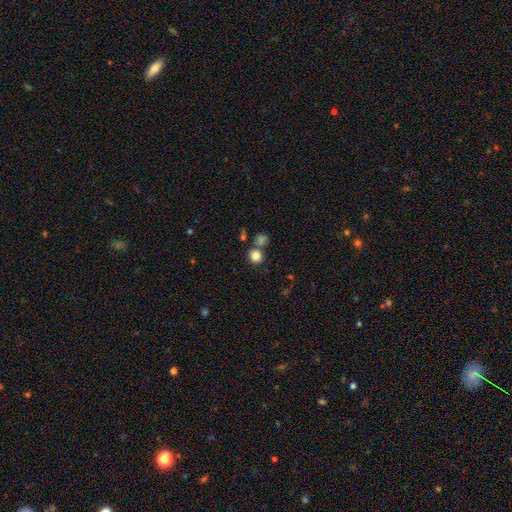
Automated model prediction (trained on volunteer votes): A smooth galaxy with no disk features (82%) that is round (83%).

Vote fractions:
- Smooth or featured? smooth: 82% / star or artifact: 12% / featured or disk: 6%
- How rounded? round: 83% / in between: 16% / cigar-shaped: 1%
- Merging? none: 66% / merger: 20% / minor disturbance: 11% / major disturbance: 4%